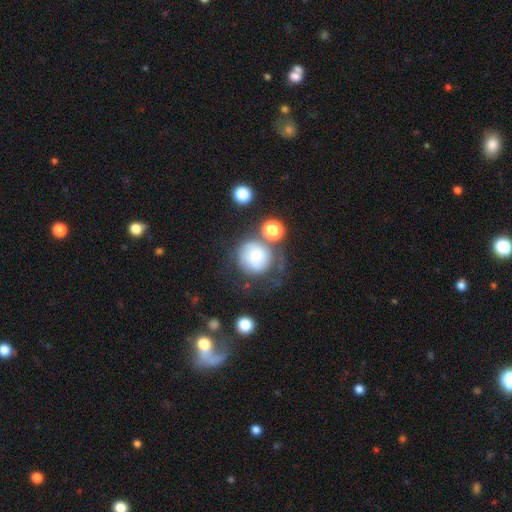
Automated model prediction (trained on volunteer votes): smooth_or_featured: smooth (p=0.61) [alt: featured or disk p=0.28]
how_rounded: round (p=0.89) [alt: in between p=0.10]
merging: none (p=0.45) [alt: minor disturbance p=0.20]